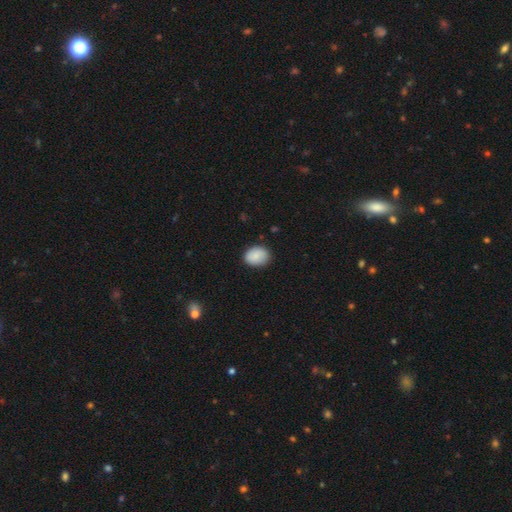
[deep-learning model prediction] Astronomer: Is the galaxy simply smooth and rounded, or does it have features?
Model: smooth — 87%.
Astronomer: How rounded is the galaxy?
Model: in between — 61% (runner-up: round, 39%).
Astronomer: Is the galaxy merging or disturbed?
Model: none — 84%.